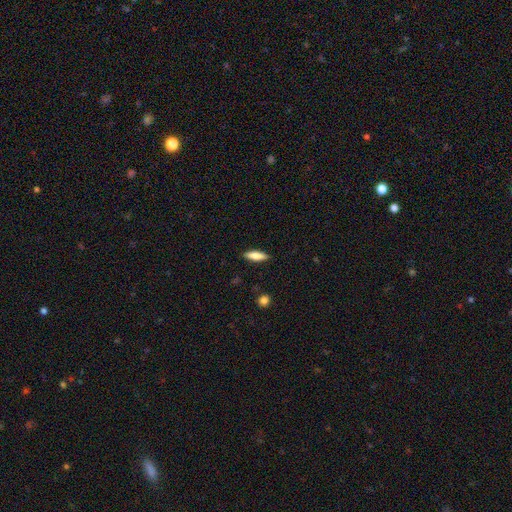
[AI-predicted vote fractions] Smooth or featured?
  - smooth: 77% *
  - featured or disk: 17%
  - star or artifact: 6%
How rounded?
  - cigar-shaped: 49% * (tied)
  - in between: 49% * (tied)
  - round: 2%
Merging?
  - none: 88% *
  - minor disturbance: 9%
  - major disturbance: 2%
  - merger: 1%